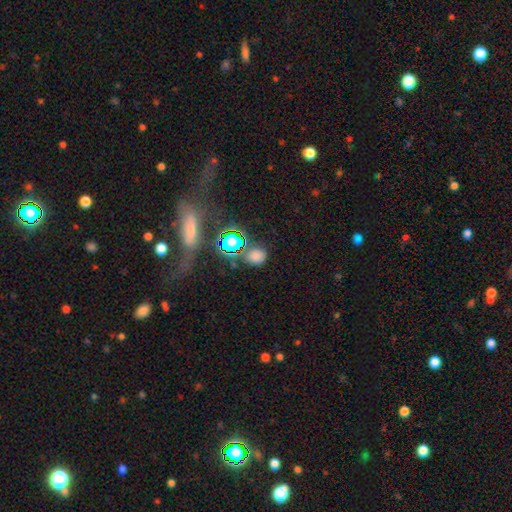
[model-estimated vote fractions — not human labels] smooth-or-featured: smooth: 65% | star or artifact: 27% | featured or disk: 7%
  how-rounded: round: 61% | in between: 37% | cigar-shaped: 2%
  merging: none: 73% | minor disturbance: 15% | merger: 7% | major disturbance: 5%